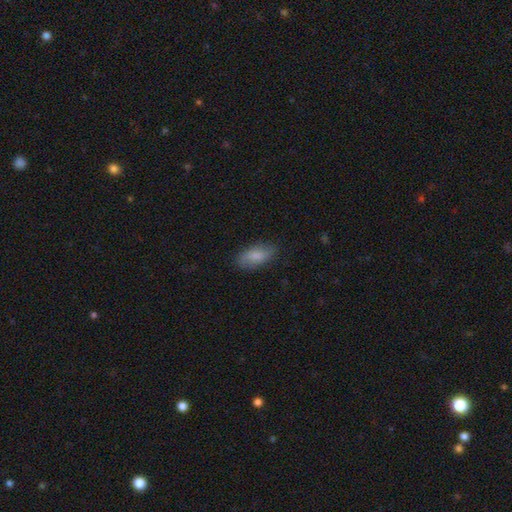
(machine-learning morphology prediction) type=smooth (82%); roundness=in between (87%); merging=none (82%).